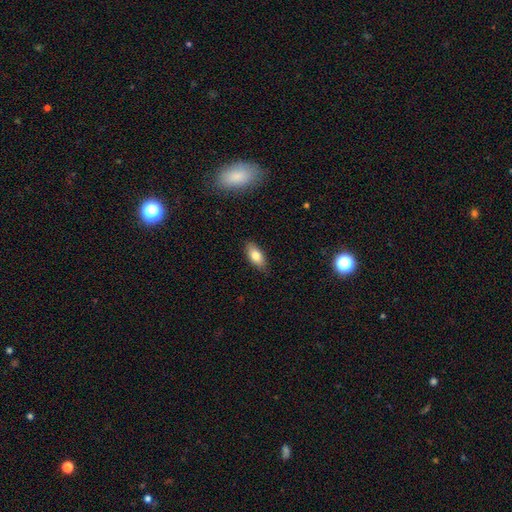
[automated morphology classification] Smooth or featured: smooth — 79% (featured or disk — 13%)
How rounded: in between — 87% (cigar-shaped — 10%)
Merging: none — 85% (minor disturbance — 12%)